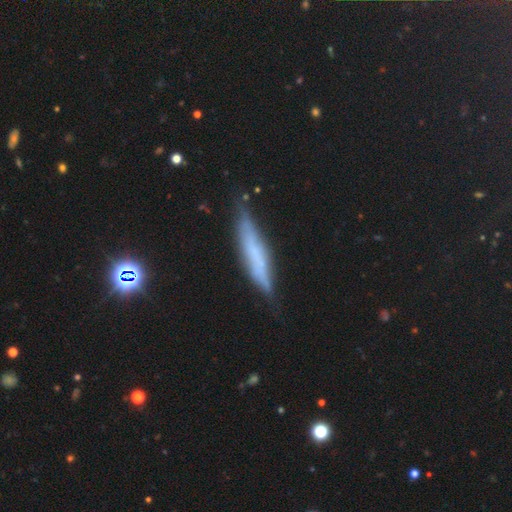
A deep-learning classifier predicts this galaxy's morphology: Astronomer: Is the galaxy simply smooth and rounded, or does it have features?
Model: smooth — 47% (runner-up: featured or disk, 43%).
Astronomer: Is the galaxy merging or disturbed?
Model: none — 73%.